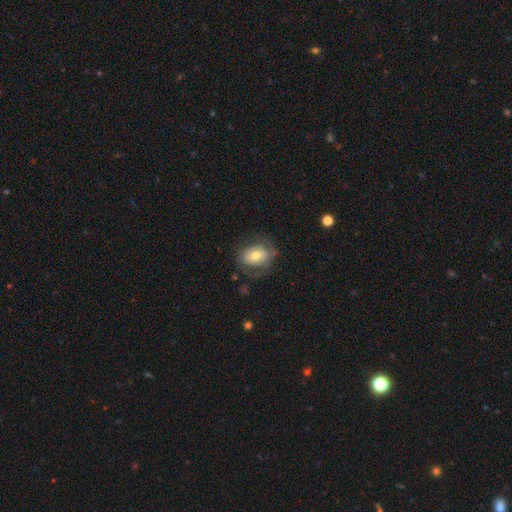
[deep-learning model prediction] The model was most divided on "how rounded": in between: 54%, round: 45%, cigar-shaped: 1%. More confident: merging — none (61%); smooth or featured — smooth (61%).